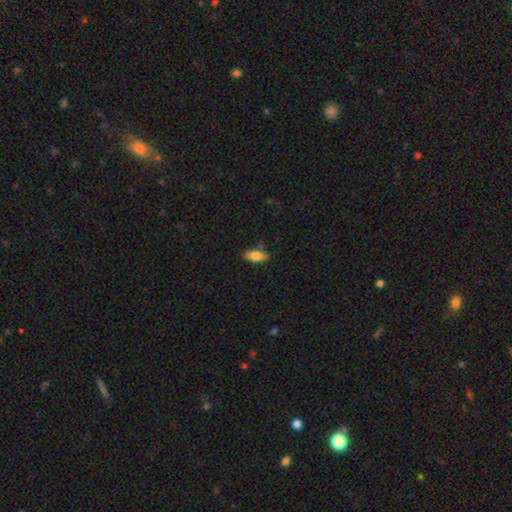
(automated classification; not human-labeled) Smooth or featured? Predicted: smooth (p=0.81). How rounded? Predicted: in between (p=0.88). Merging? Predicted: none (p=0.80).